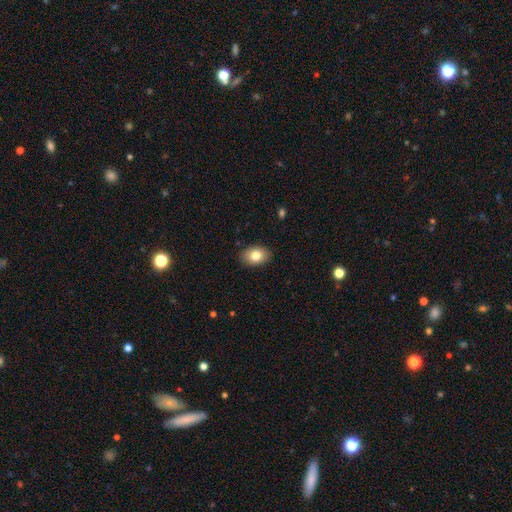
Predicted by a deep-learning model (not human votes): Smooth or featured? Predicted: smooth (p=0.81). How rounded? Predicted: in between (p=0.81). Merging? Predicted: none (p=0.88).